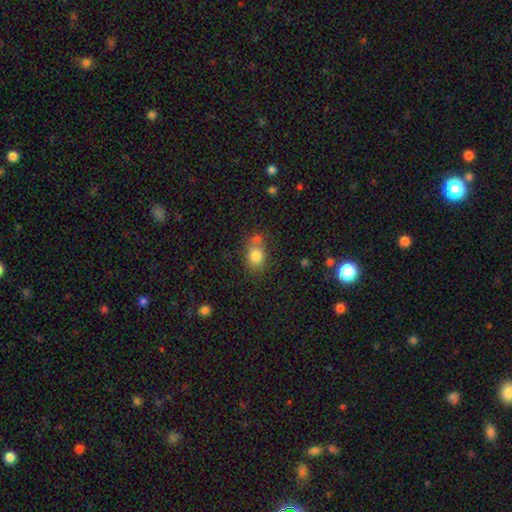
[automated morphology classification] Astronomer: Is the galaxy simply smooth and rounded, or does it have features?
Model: smooth — 80%.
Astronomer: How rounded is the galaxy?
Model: in between — 50% (runner-up: round, 49%).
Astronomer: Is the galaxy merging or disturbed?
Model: none — 56%.